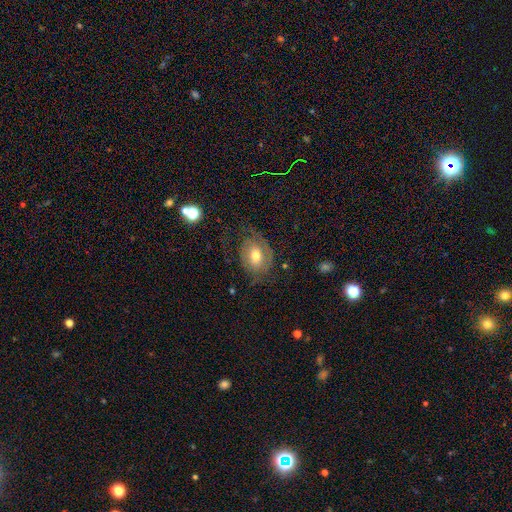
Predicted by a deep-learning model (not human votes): Smooth or featured? featured or disk (51%)
Edge-on disk? no (94%)
Merging? none (56%)